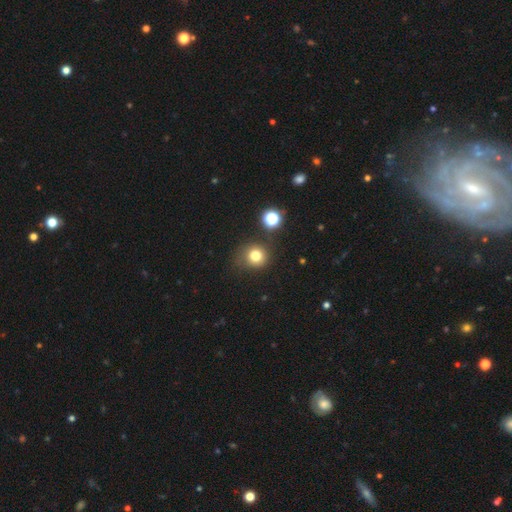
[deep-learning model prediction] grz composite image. It shows a smooth galaxy with no disk features (78%) that is round (85%). Merging: none (72%).